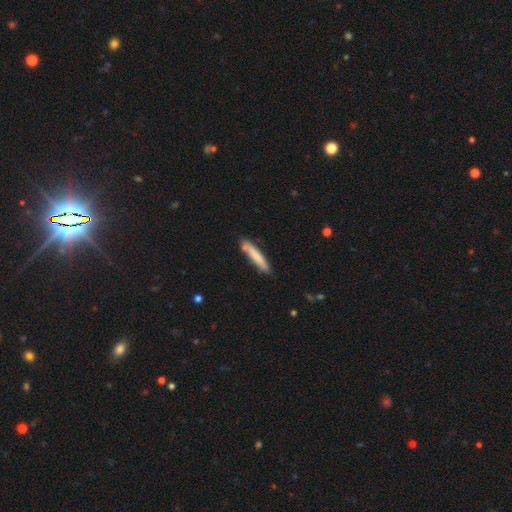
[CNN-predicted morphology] A smooth galaxy with no disk features (73%) that is cigar-shaped (90%).

Vote fractions:
- Smooth or featured? smooth: 73% / featured or disk: 21% / star or artifact: 6%
- How rounded? cigar-shaped: 90% / in between: 9% / round: 1%
- Merging? none: 77% / minor disturbance: 15% / merger: 6% / major disturbance: 2%